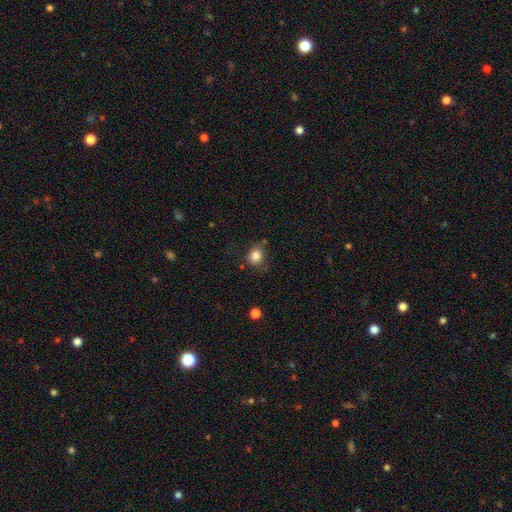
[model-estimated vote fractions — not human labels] smooth 82%, star or artifact 11%, featured or disk 7%. Down the decision tree: how rounded — round (73%); merging — none (72%).